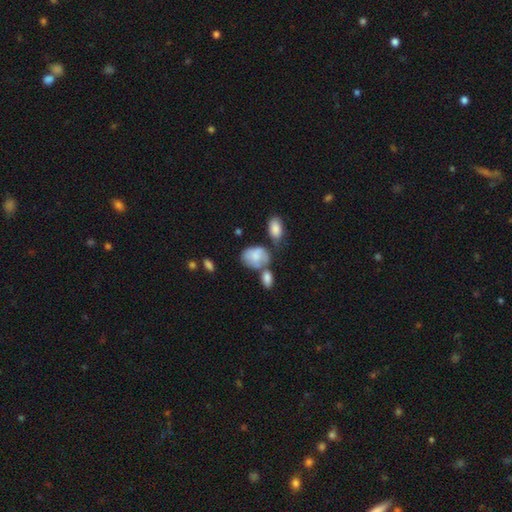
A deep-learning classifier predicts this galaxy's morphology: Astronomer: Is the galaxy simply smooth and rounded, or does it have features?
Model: smooth — 71%.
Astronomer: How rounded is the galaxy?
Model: in between — 80%.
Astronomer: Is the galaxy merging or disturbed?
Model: none — 33% (runner-up: merger, 30%).